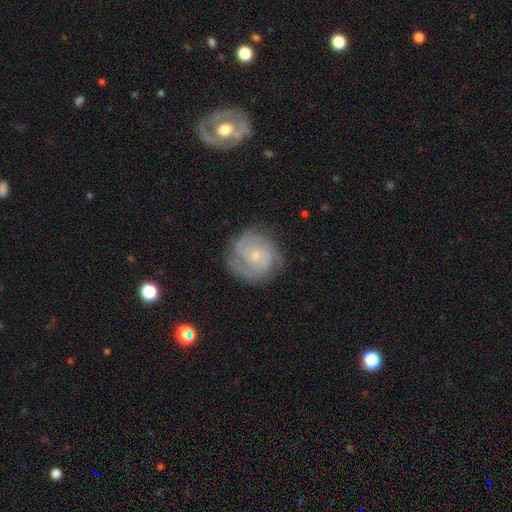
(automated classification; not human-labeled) A featured or disk galaxy (72%) with no bar (77%), tight (59%) spiral arms (90%) and a small central bulge (76%). Merging: none (73%).